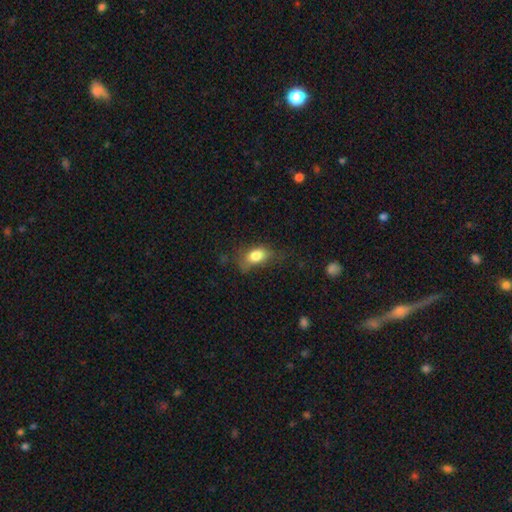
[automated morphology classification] smooth-or-featured: smooth: 79% | featured or disk: 12% | star or artifact: 9%
  how-rounded: in between: 83% | round: 13% | cigar-shaped: 4%
  merging: none: 48% | minor disturbance: 31% | major disturbance: 19% | merger: 2%